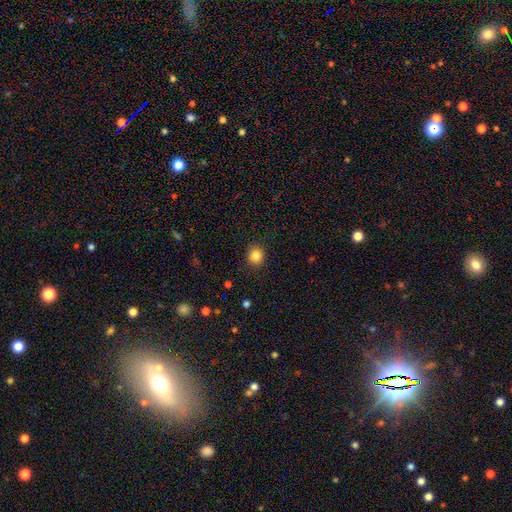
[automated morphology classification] type=smooth (84%); roundness=round (84%); merging=none (89%).